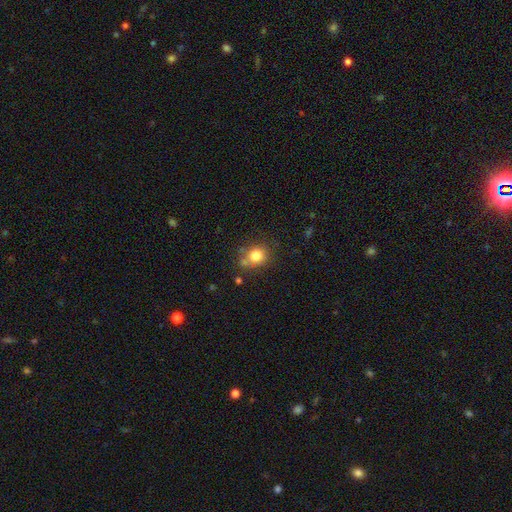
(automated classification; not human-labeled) This appears to be a smooth galaxy with no disk features (80%) that is round (74%). Merging: none (64%).